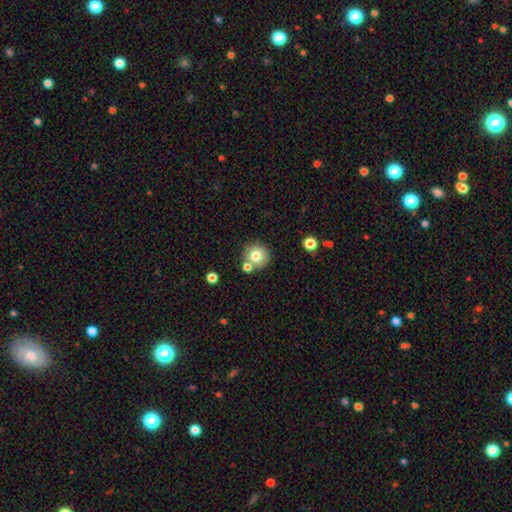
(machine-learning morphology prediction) smooth-or-featured: smooth: 78% | featured or disk: 11% | star or artifact: 11%
  how-rounded: round: 93% | in between: 7% | cigar-shaped: 1%
  merging: none: 70% | merger: 18% | minor disturbance: 9% | major disturbance: 3%